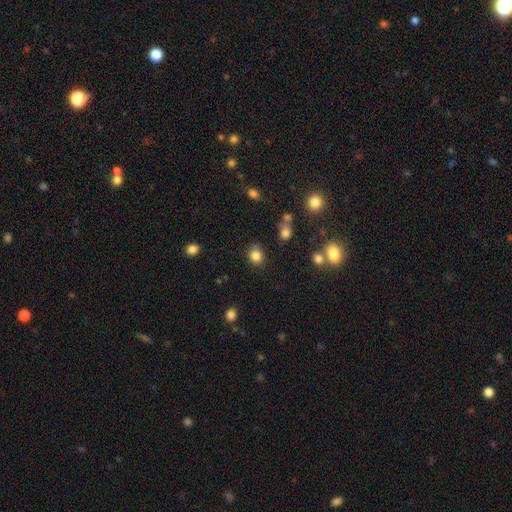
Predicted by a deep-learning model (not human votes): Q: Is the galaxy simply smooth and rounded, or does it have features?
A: smooth — 83%.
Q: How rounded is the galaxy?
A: round — 74%.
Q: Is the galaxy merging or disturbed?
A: none — 81%.